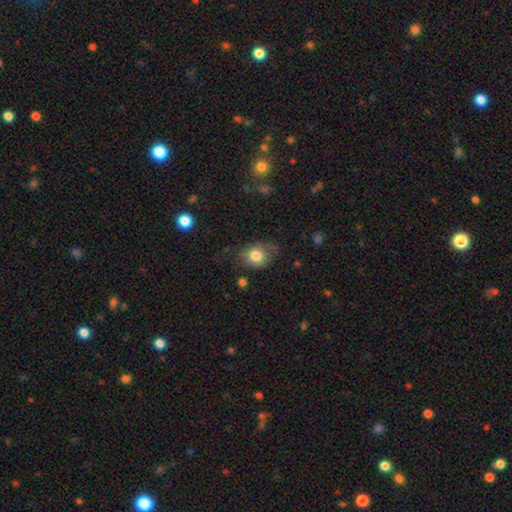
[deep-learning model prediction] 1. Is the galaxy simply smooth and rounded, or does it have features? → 80% smooth, 11% featured or disk, 9% star or artifact.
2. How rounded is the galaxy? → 51% in between, 48% round, 1% cigar-shaped.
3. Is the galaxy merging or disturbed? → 60% none, 28% minor disturbance, 10% major disturbance, 2% merger.